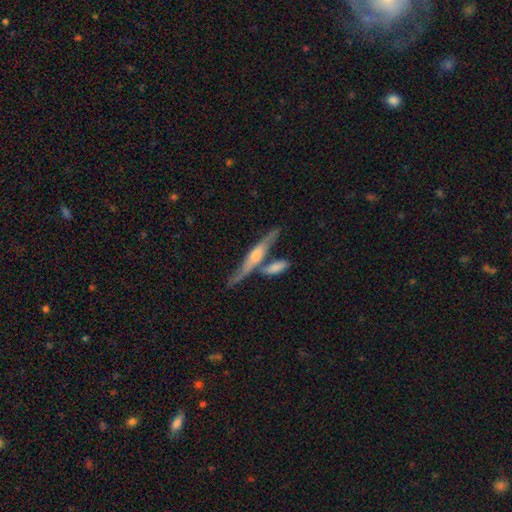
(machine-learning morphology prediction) Smooth or featured: featured or disk — 72% (smooth — 22%)
Edge-on disk: yes — 89% (no — 11%)
Edge-on bulge: rounded — 76% (boxy — 13%)
Merging: none — 58% (merger — 23%)